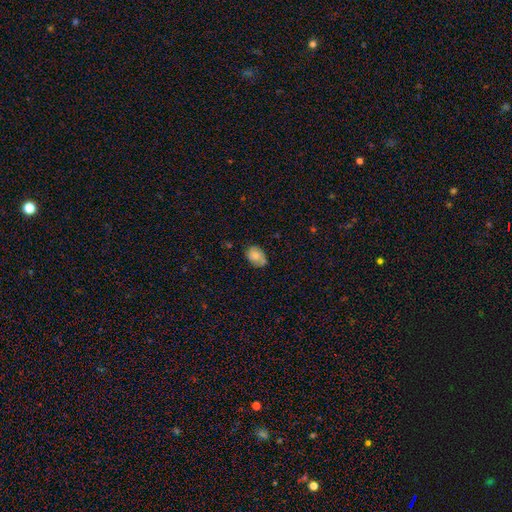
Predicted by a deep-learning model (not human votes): A smooth galaxy with no disk features (71%) that is in between round and cigar-shaped (76%).

Vote fractions:
- Smooth or featured? smooth: 71% / featured or disk: 20% / star or artifact: 9%
- How rounded? in between: 76% / round: 23% / cigar-shaped: 1%
- Merging? none: 65% / minor disturbance: 27% / major disturbance: 5% / merger: 3%